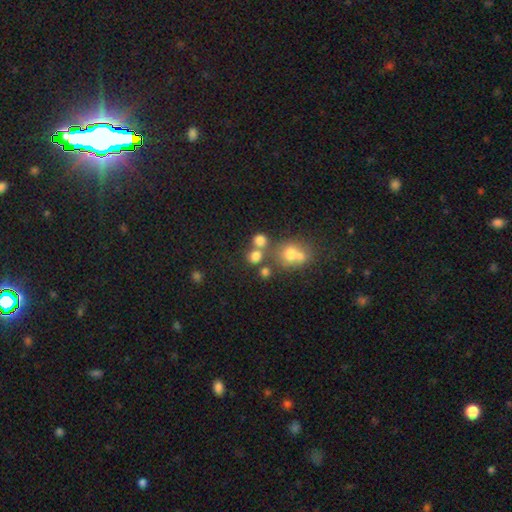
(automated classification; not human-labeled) Smooth or featured: smooth — 73% (star or artifact — 17%)
How rounded: round — 81% (in between — 17%)
Merging: none — 54% (merger — 32%)